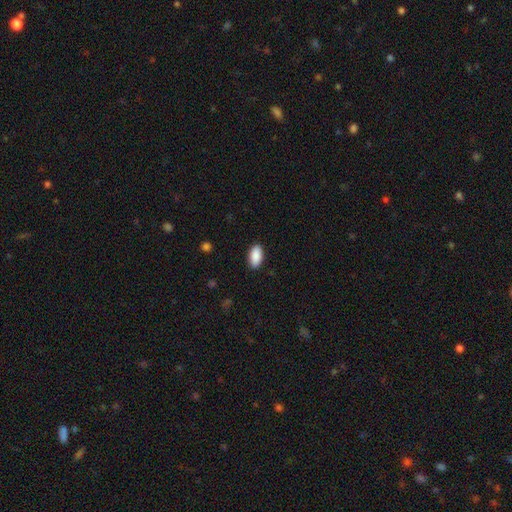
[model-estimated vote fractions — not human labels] smooth_or_featured: smooth (p=0.90) [alt: star or artifact p=0.06]
how_rounded: in between (p=0.94) [alt: cigar-shaped p=0.03]
merging: none (p=0.89) [alt: minor disturbance p=0.08]